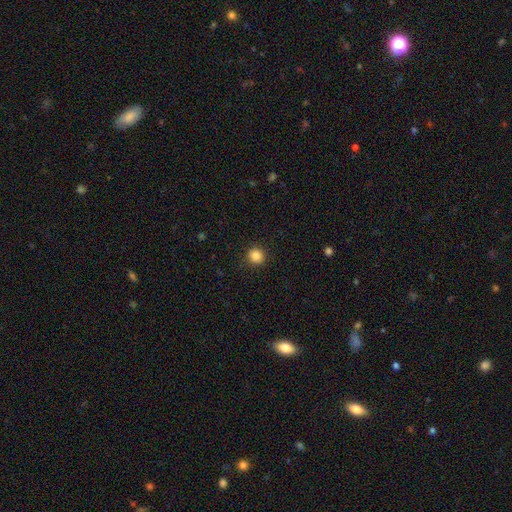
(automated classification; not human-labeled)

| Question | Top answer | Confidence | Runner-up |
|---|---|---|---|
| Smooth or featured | smooth | 86% | star or artifact (11%) |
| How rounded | round | 89% | in between (10%) |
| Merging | none | 90% | minor disturbance (6%) |